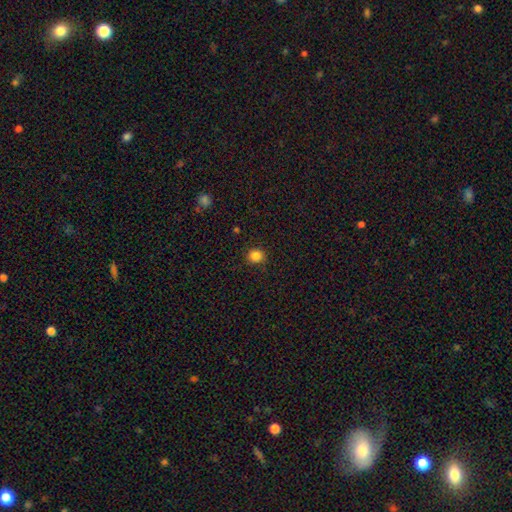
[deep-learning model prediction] Smooth or featured: smooth — 85% (star or artifact — 12%)
How rounded: round — 89% (in between — 10%)
Merging: none — 90% (minor disturbance — 7%)